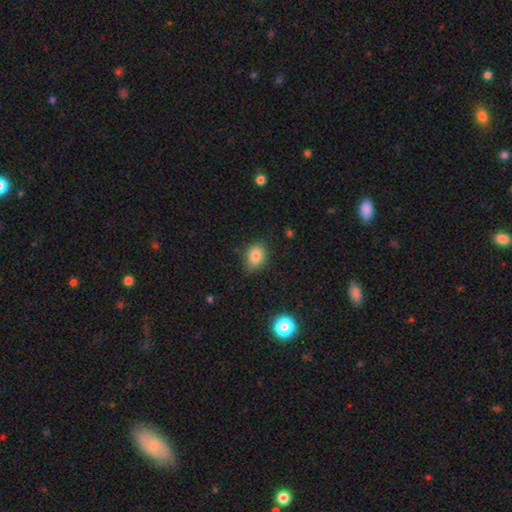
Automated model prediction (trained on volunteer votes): Overall: smooth (82%). How rounded: in between (61%; round 37%). Merging: none (78%).